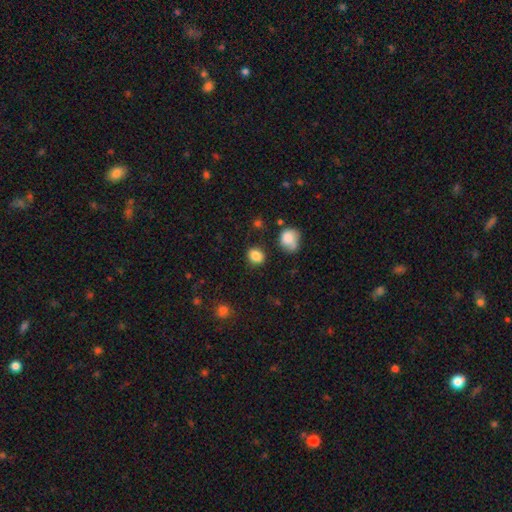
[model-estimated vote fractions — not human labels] Smooth or featured: smooth — 85% (star or artifact — 10%)
How rounded: round — 63% (in between — 36%)
Merging: none — 81% (minor disturbance — 12%)